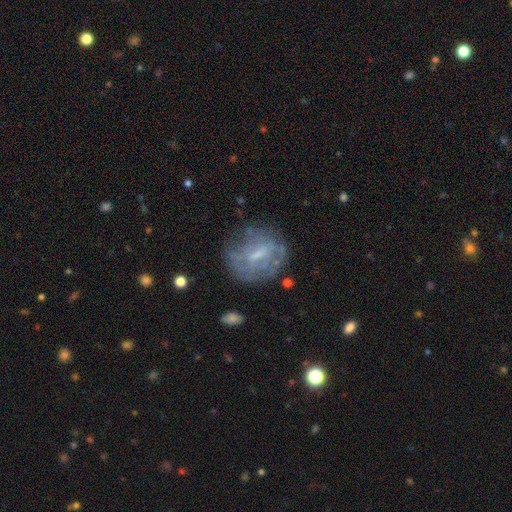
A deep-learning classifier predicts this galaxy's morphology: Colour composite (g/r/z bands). It shows a featured or disk galaxy (57%) with a weak bar (52%), no spiral arms (52%) and a small central bulge (46%). Merging: none (63%).